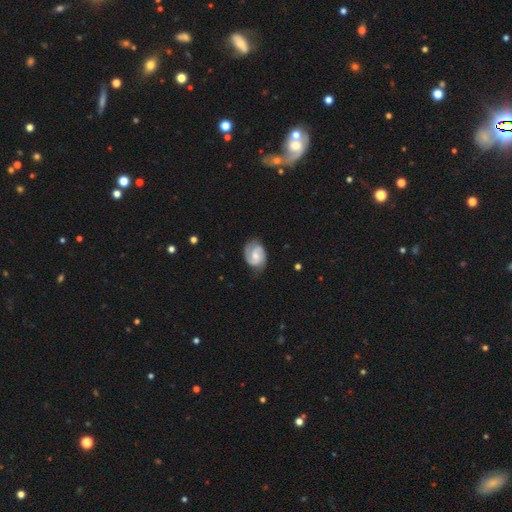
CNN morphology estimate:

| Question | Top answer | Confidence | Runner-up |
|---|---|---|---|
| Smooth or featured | featured or disk | 79% | smooth (16%) |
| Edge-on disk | no | 98% | yes (2%) |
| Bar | weak | 46% | no (45%) |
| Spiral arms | yes | 96% | no (4%) |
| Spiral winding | medium | 44% | tied: tight (44%) |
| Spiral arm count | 2 | 87% | can't tell (6%) |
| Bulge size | moderate | 50% | small (39%) |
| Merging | none | 74% | minor disturbance (19%) |